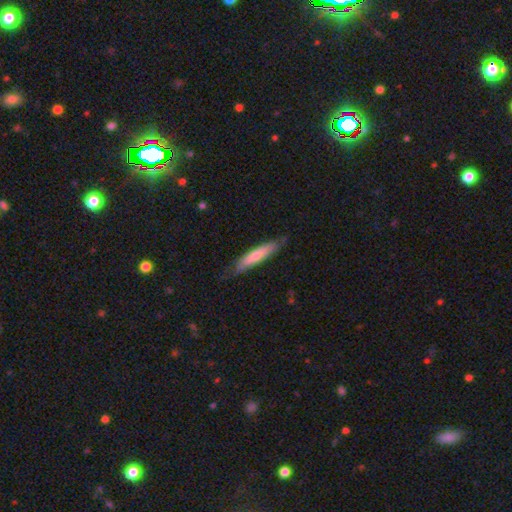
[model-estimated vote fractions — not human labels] Morphology: type=smooth (61%); roundness=cigar-shaped (84%); merging=none (73%).